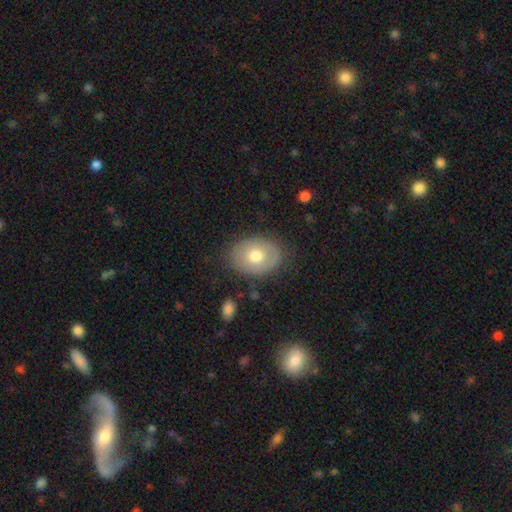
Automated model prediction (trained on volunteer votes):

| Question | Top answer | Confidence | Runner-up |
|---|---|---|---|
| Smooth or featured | smooth | 61% | featured or disk (31%) |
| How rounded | in between | 66% | round (33%) |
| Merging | none | 80% | minor disturbance (14%) |